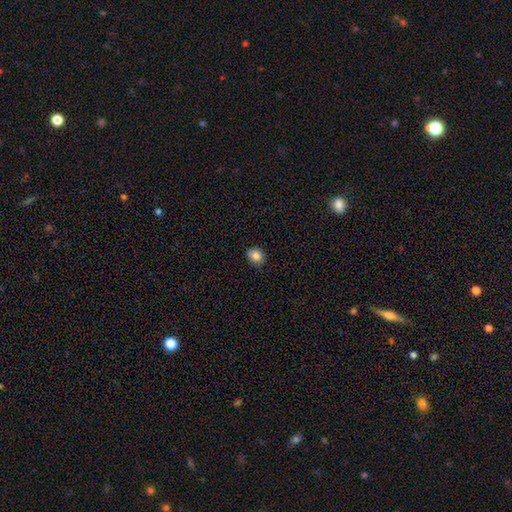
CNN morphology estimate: smooth 85%, star or artifact 10%, featured or disk 5%. Down the decision tree: how rounded — round (61%); merging — none (84%).